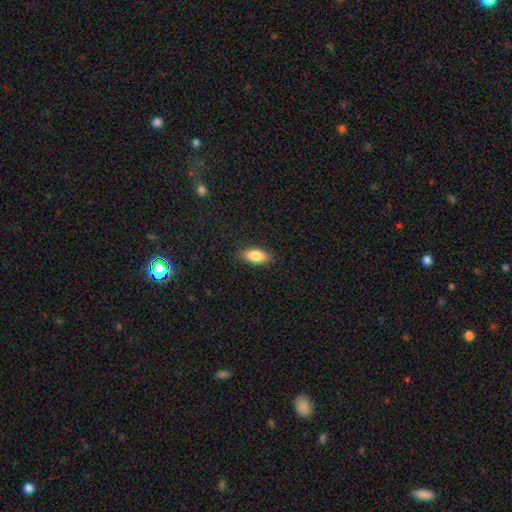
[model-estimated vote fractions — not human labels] smooth 83%, featured or disk 10%, star or artifact 7%. Down the decision tree: how rounded — in between (84%); merging — none (86%).